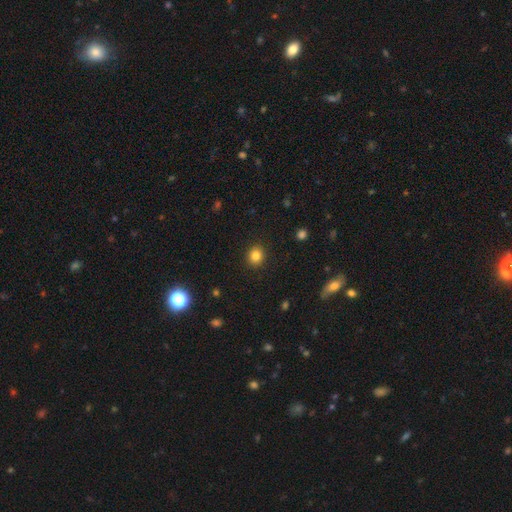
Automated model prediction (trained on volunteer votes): smooth-or-featured: smooth: 84% | star or artifact: 12% | featured or disk: 5%
  how-rounded: round: 83% | in between: 16% | cigar-shaped: 1%
  merging: none: 91% | minor disturbance: 6% | major disturbance: 2% | merger: 1%